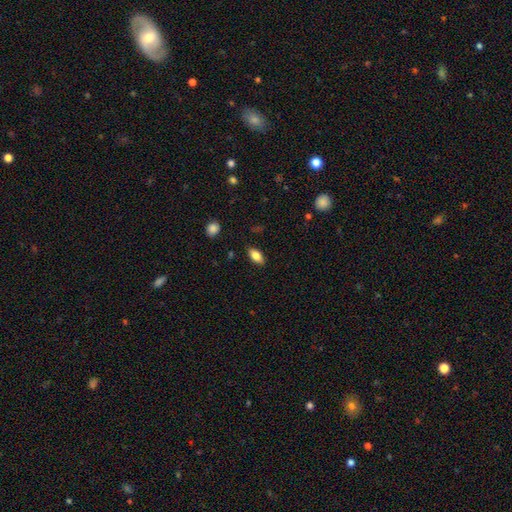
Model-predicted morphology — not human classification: Smooth or featured: smooth — 79% (featured or disk — 13%)
How rounded: in between — 88% (cigar-shaped — 8%)
Merging: none — 87% (minor disturbance — 10%)